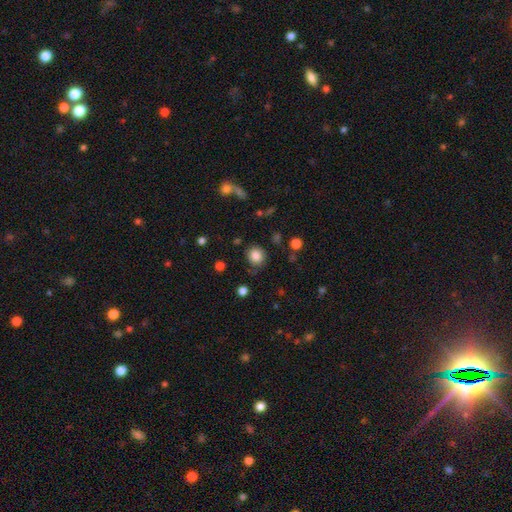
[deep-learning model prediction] Overall: smooth (84%). How rounded: round (84%). Merging: none (82%).